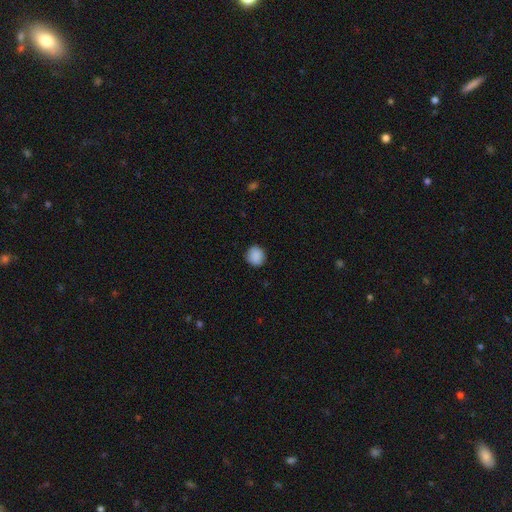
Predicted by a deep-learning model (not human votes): This is clearly a smooth galaxy (89%). How rounded: clearly round (89%). Merging: clearly none (90%).